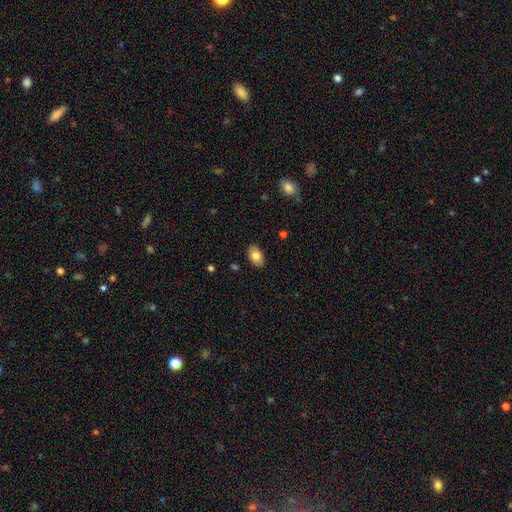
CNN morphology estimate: This appears to be a smooth galaxy with no disk features (79%) that is in between round and cigar-shaped (90%). Merging: none (87%).